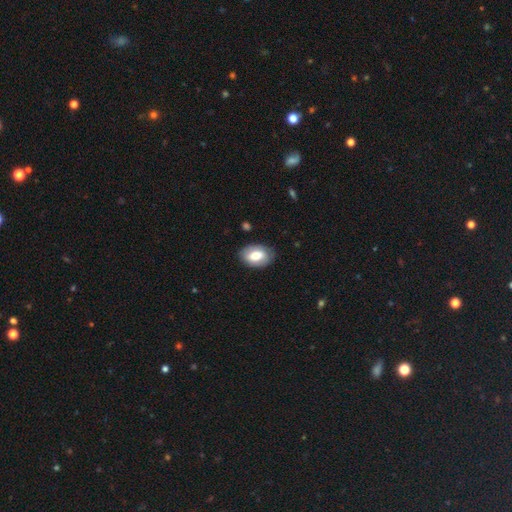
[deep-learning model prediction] This is likely a smooth galaxy (72%). How rounded: clearly in between (88%). Merging: clearly none (82%).